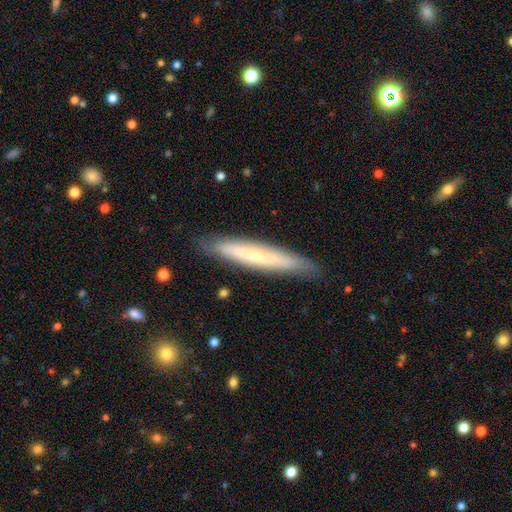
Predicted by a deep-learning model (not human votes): Smooth or featured?
  - featured or disk: 48% *
  - smooth: 46%
  - star or artifact: 6%
Merging?
  - none: 85% *
  - minor disturbance: 11%
  - major disturbance: 2%
  - merger: 1%